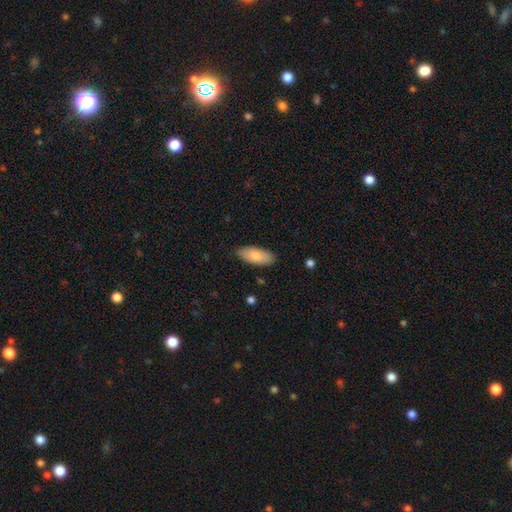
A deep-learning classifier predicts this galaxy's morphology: smooth-or-featured: smooth: 83% | featured or disk: 12% | star or artifact: 6%
  how-rounded: in between: 85% | cigar-shaped: 14% | round: 2%
  merging: none: 87% | minor disturbance: 10% | major disturbance: 2% | merger: 1%